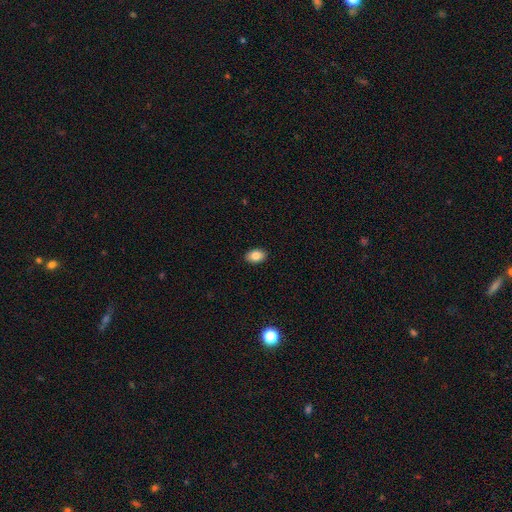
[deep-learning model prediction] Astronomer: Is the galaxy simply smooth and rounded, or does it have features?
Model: smooth — 86%.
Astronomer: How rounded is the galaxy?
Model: in between — 88%.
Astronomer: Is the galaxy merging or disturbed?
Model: none — 90%.